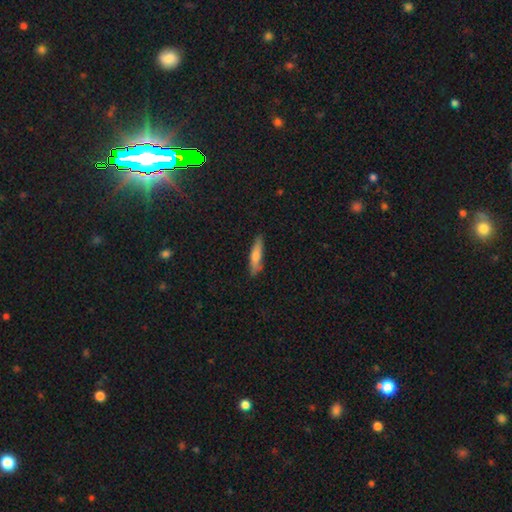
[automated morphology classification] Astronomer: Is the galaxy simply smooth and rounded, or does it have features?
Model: smooth — 65%.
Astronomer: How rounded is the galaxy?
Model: cigar-shaped — 81%.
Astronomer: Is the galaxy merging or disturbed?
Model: none — 85%.